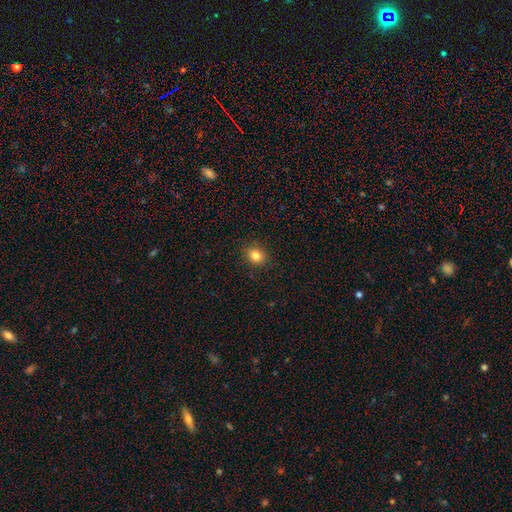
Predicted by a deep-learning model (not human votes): This appears to be a smooth galaxy with no disk features (83%) that is round (61%). Merging: none (89%).